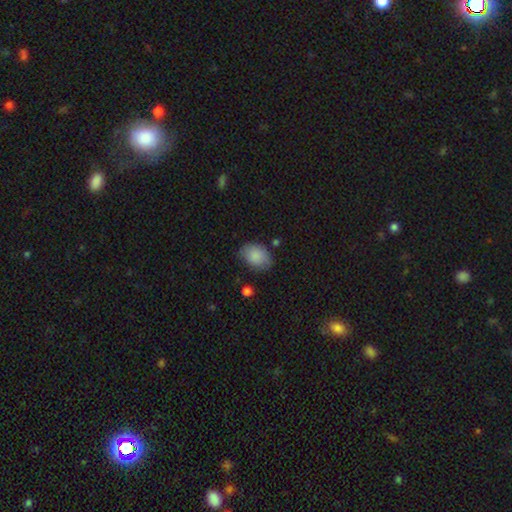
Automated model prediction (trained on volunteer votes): Morphology: type=smooth (86%); roundness=in between (74%); merging=none (72%).